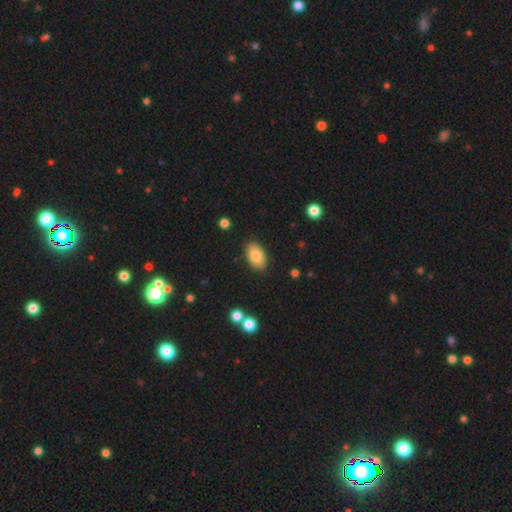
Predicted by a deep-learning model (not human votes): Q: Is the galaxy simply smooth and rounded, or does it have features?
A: smooth — 83%.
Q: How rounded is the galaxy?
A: in between — 93%.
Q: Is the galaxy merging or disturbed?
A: none — 87%.